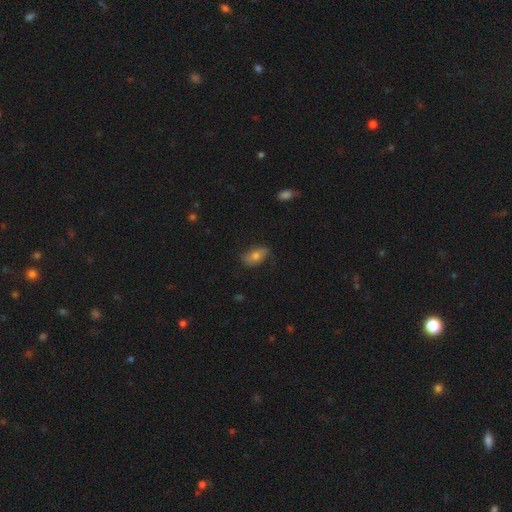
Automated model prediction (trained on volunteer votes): smooth 65%, featured or disk 26%, star or artifact 9%. Down the decision tree: how rounded — in between (87%); merging — none (71%).